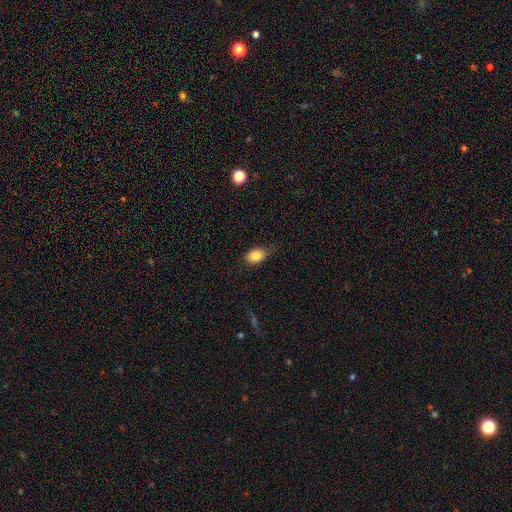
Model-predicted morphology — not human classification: Overall: smooth (84%). How rounded: in between (81%). Merging: none (74%).